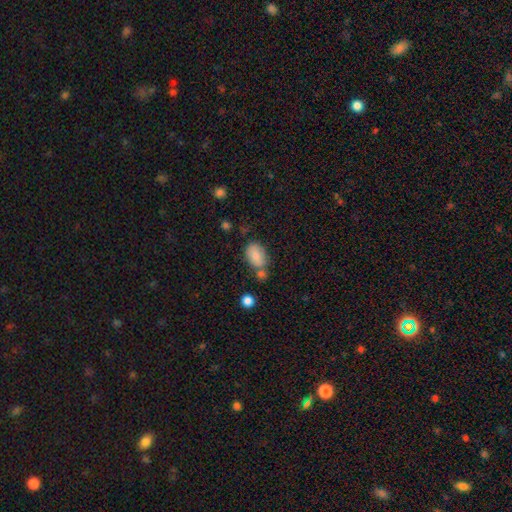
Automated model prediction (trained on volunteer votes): smooth 81%, featured or disk 11%, star or artifact 8%. Down the decision tree: how rounded — in between (89%); merging — none (57%).